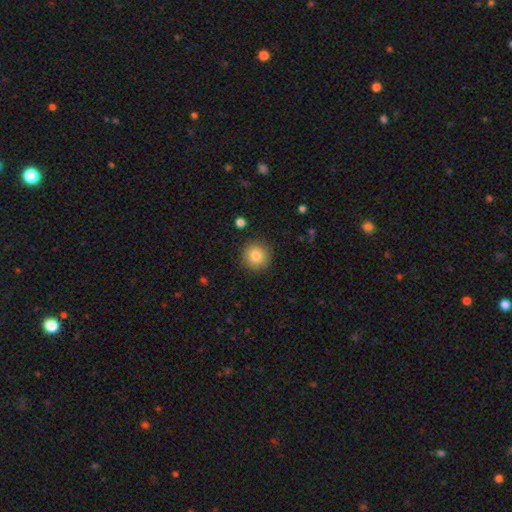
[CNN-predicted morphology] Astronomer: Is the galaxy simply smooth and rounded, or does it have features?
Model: smooth — 83%.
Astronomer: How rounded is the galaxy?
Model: round — 94%.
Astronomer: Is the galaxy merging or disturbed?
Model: none — 90%.